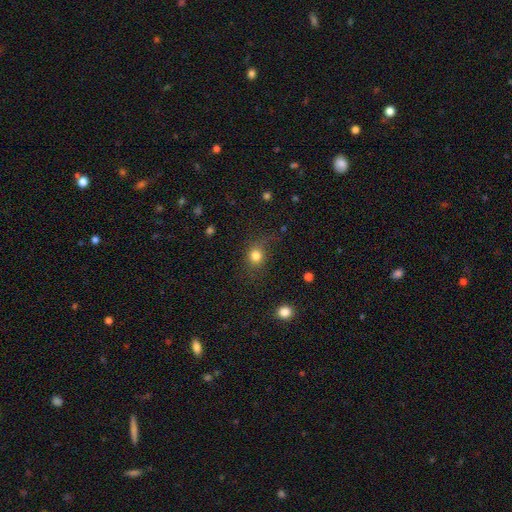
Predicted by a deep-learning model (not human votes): A smooth galaxy with no disk features (79%) that is round (74%). Merging: none (69%).